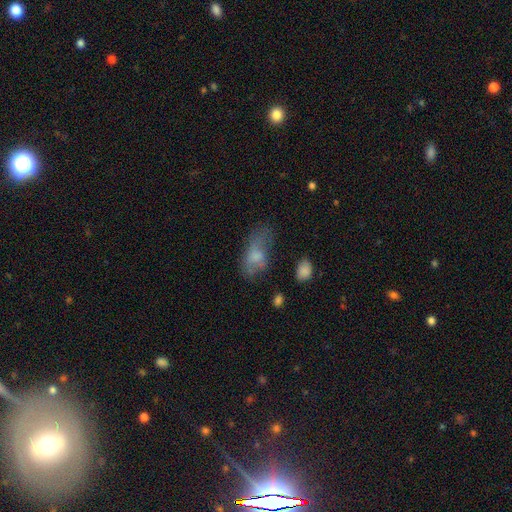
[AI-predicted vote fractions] A smooth galaxy with no disk features (64%) that is in between round and cigar-shaped (88%). Merging: none (38%).